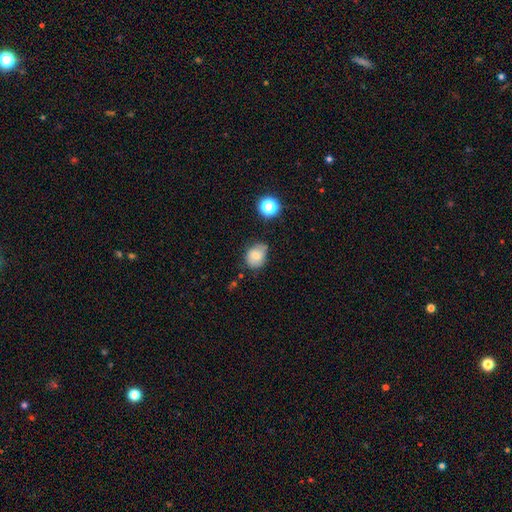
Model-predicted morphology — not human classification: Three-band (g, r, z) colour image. It shows a smooth galaxy with no disk features (73%) that is round (52%). Merging: none (61%).